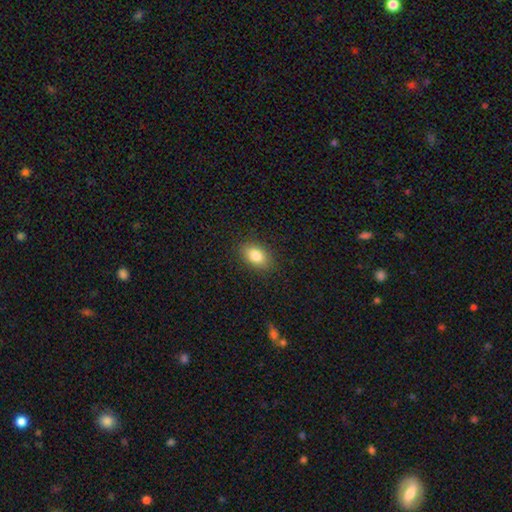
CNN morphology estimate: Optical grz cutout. It shows a smooth galaxy with no disk features (83%) that is in between round and cigar-shaped (85%). Merging: none (87%).